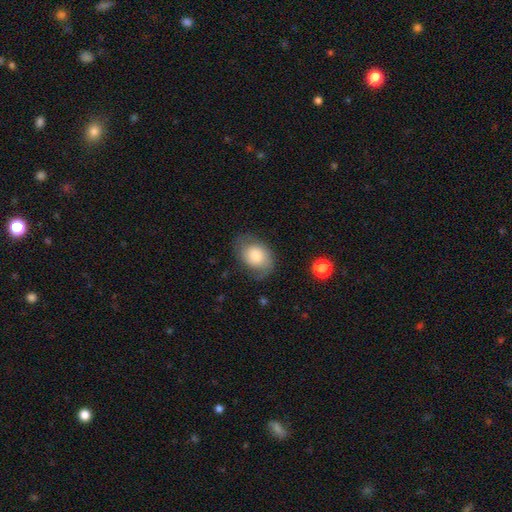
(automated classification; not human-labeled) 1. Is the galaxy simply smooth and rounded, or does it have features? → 60% smooth, 33% featured or disk, 8% star or artifact.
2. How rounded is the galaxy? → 73% in between, 26% round, 1% cigar-shaped.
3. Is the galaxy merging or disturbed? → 63% none, 24% minor disturbance, 11% major disturbance, 2% merger.